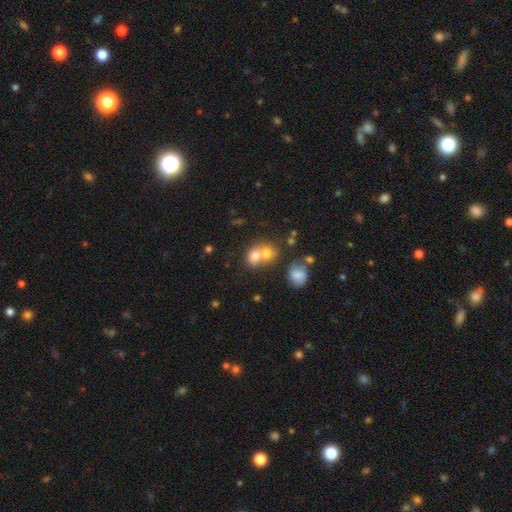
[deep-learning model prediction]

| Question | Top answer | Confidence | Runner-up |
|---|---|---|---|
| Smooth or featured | smooth | 71% | featured or disk (18%) |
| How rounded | round | 64% | in between (35%) |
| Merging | merger | 65% | none (26%) |